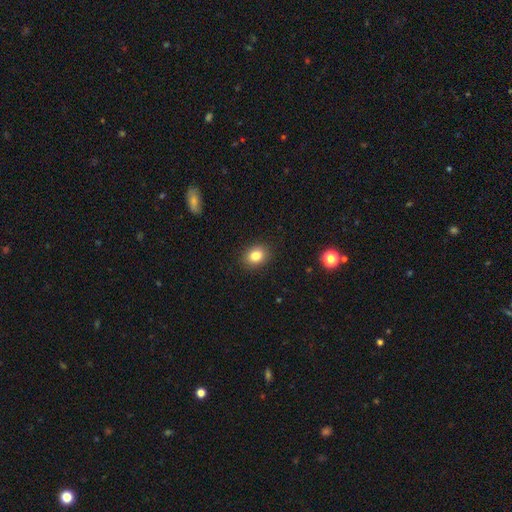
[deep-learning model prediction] Overall: smooth (83%). How rounded: in between (50%; round 49%). Merging: none (89%).